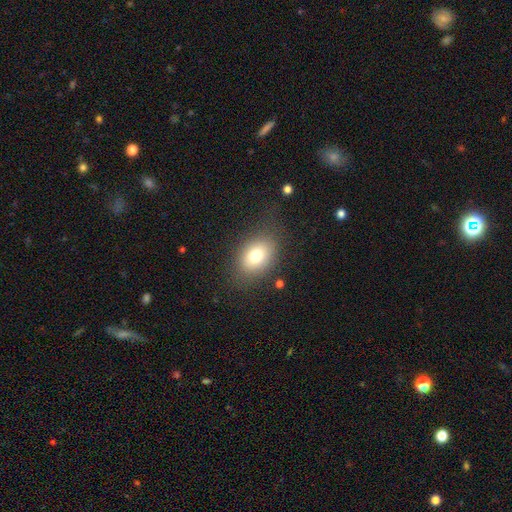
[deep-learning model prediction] A smooth galaxy with no disk features (74%) that is in between round and cigar-shaped (70%).

Vote fractions:
- Smooth or featured? smooth: 74% / featured or disk: 14% / star or artifact: 11%
- How rounded? in between: 70% / round: 29% / cigar-shaped: 1%
- Merging? none: 76% / minor disturbance: 15% / major disturbance: 8% / merger: 2%